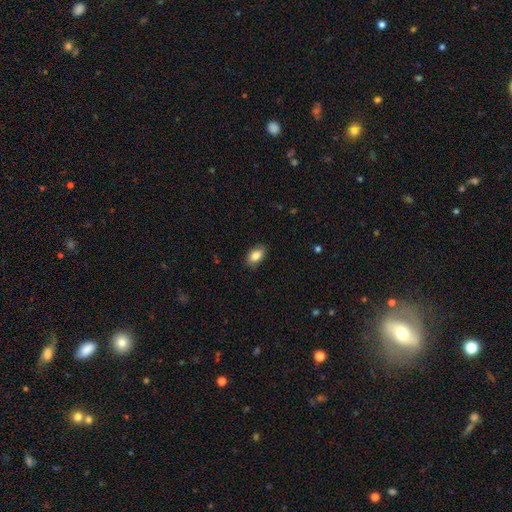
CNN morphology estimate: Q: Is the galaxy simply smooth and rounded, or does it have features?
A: smooth — 85%.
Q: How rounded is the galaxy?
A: in between — 89%.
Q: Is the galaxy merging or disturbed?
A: none — 85%.